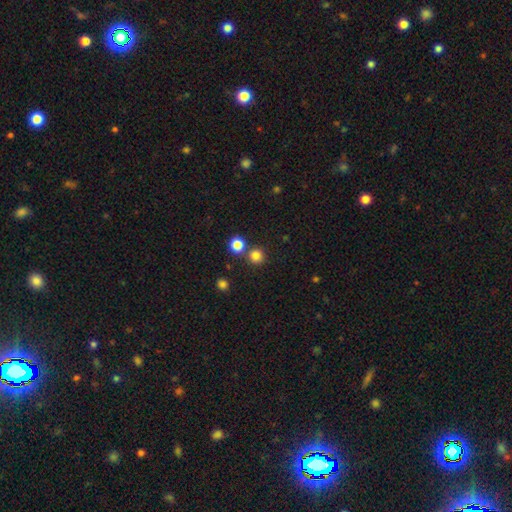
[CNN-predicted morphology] Smooth or featured?
  - smooth: 80% *
  - star or artifact: 15%
  - featured or disk: 4%
How rounded?
  - round: 94% *
  - in between: 5%
  - cigar-shaped: 1%
Merging?
  - none: 80% *
  - merger: 12%
  - minor disturbance: 6%
  - major disturbance: 2%